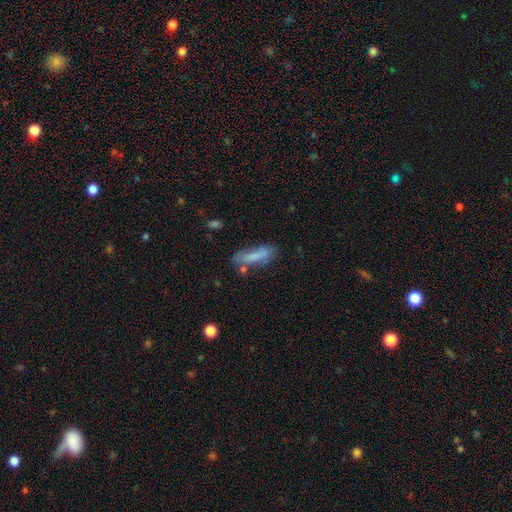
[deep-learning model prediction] Morphology: type=smooth (68%); roundness=cigar-shaped (61%); merging=none (52%).